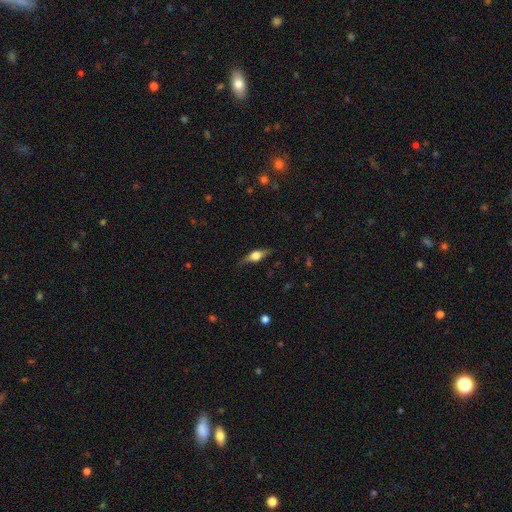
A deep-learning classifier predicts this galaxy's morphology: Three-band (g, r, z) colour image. It shows a featured or disk galaxy (62%) viewed edge-on (95%) with a rounded central bulge (91%). Merging: none (83%).